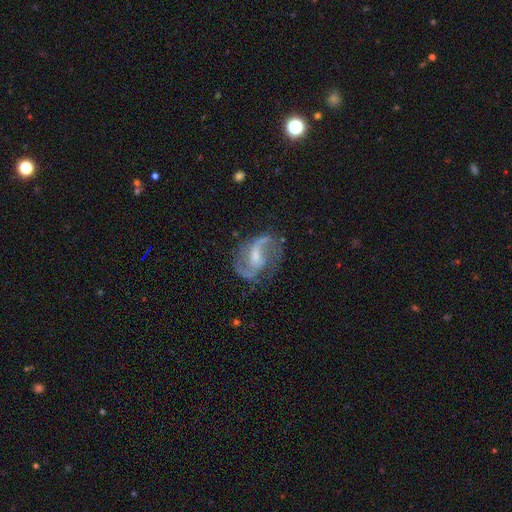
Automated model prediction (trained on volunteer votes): Smooth or featured: featured or disk — 89% (star or artifact — 6%)
Edge-on disk: no — 98% (yes — 2%)
Bar: weak — 52% (strong — 25%)
Spiral arms: yes — 96% (no — 4%)
Spiral winding: medium — 51% (loose — 38%)
Spiral arm count: 2 — 90% (can't tell — 3%)
Bulge size: small — 48% (moderate — 37%)
Merging: none — 70% (minor disturbance — 18%)